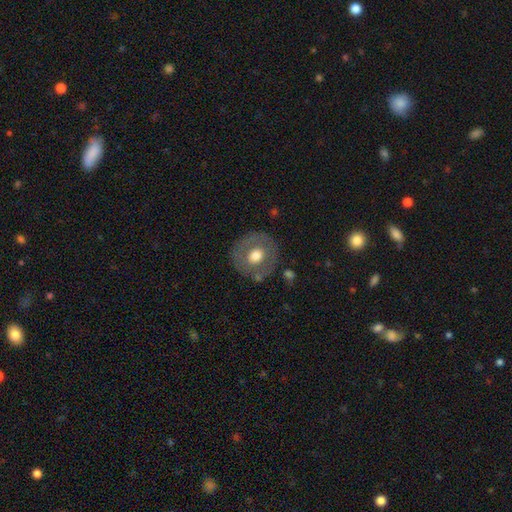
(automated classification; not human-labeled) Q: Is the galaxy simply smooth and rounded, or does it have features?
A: smooth — 56%.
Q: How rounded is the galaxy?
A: round — 87%.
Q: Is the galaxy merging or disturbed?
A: none — 80%.